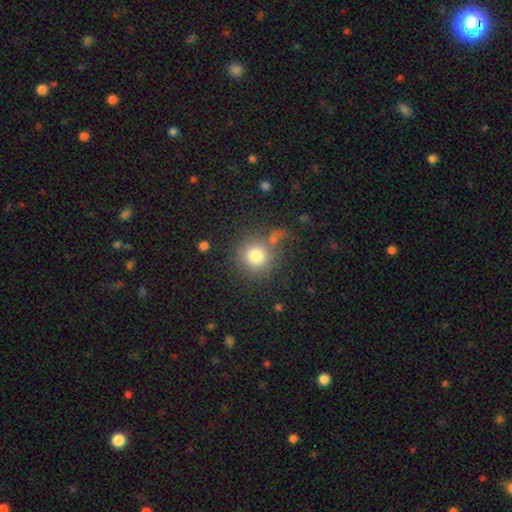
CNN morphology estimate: Smooth or featured?
  - smooth: 80% *
  - star or artifact: 11%
  - featured or disk: 9%
How rounded?
  - round: 92% *
  - in between: 7%
  - cigar-shaped: 1%
Merging?
  - none: 66% *
  - minor disturbance: 13%
  - merger: 13%
  - major disturbance: 8%